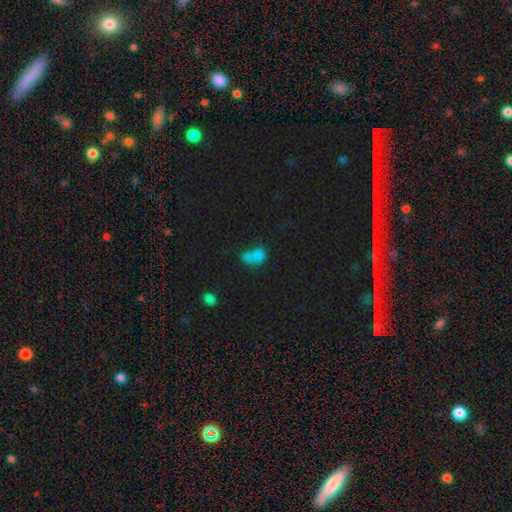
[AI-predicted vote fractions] Smooth or featured? smooth (75%)
How rounded? round (61%)
Merging? merger (63%)